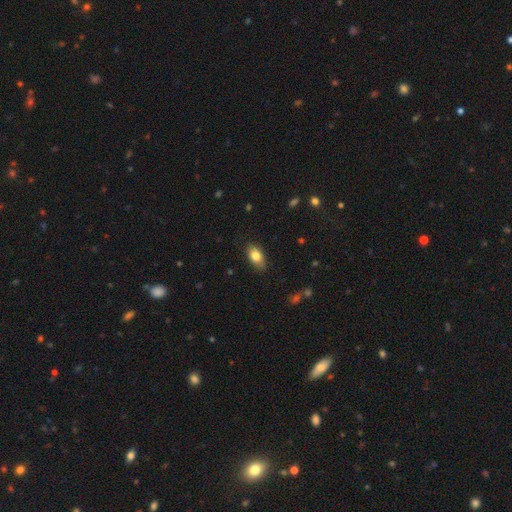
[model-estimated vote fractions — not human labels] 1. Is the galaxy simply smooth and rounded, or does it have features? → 81% smooth, 11% featured or disk, 8% star or artifact.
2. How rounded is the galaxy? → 89% in between, 7% round, 4% cigar-shaped.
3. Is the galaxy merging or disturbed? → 83% none, 14% minor disturbance, 3% major disturbance, 1% merger.